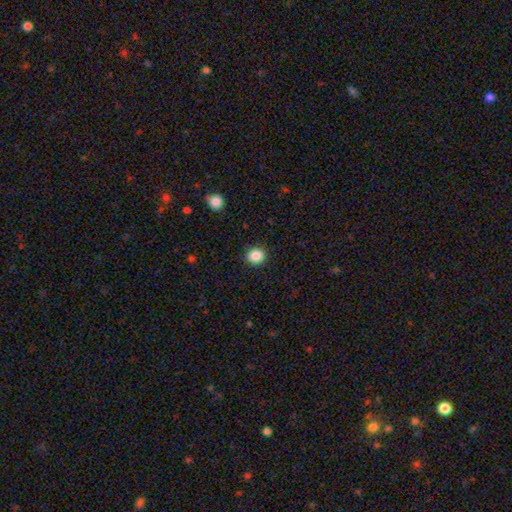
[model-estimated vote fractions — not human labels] The model was most divided on "how rounded": round: 81%, in between: 18%, cigar-shaped: 1%. More confident: merging — none (90%); smooth or featured — smooth (87%).